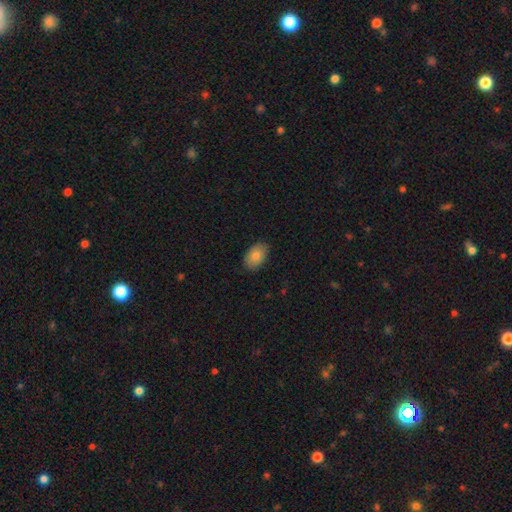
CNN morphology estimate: type=smooth (83%); roundness=in between (90%); merging=none (86%).